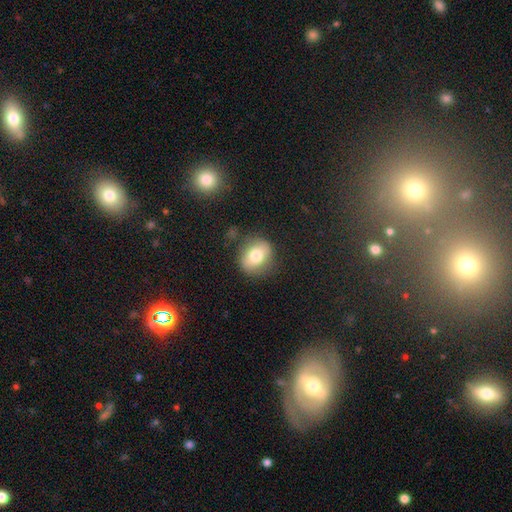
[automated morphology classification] Q: Smooth or featured?
A: smooth (73%); runner-up: featured or disk (19%)
Q: How rounded?
A: round (54%); runner-up: in between (44%)
Q: Merging?
A: none (77%); runner-up: minor disturbance (15%)